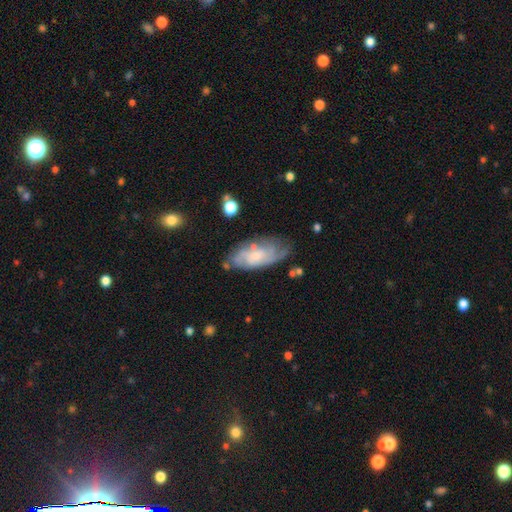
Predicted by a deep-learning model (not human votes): Overall: featured or disk (65%; smooth 28%). Edge-on disk: no (91%). Bar: no (69%). Spiral arms: yes (86%). Spiral arm count: can't tell (49%; 2 24%). Spiral winding: tight (51%; medium 36%). Bulge size: small (60%; moderate 27%). Merging: none (65%).